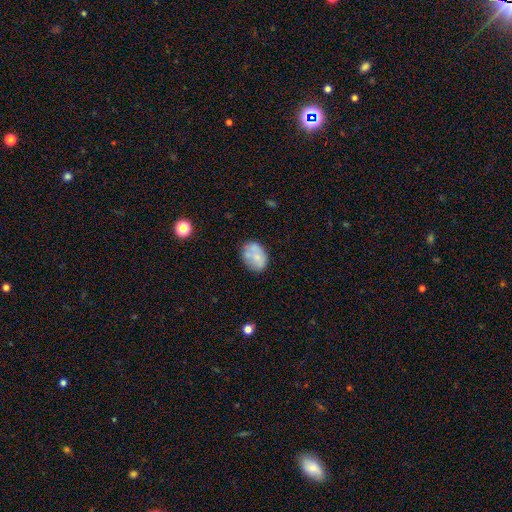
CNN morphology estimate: This is likely a smooth galaxy (67%). How rounded: likely in between (76%). Merging: possibly none (57%).